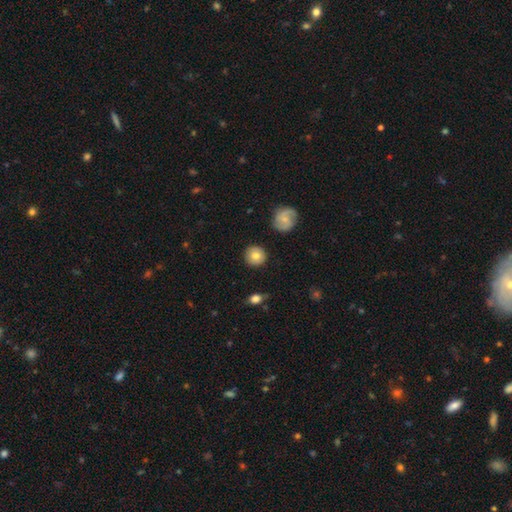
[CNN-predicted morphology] type=smooth (78%); roundness=round (93%); merging=none (90%).